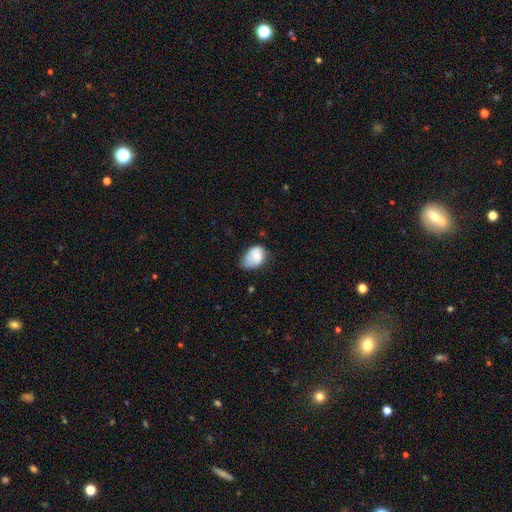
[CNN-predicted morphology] Smooth or featured: smooth — 74% (featured or disk — 18%)
How rounded: in between — 79% (round — 20%)
Merging: minor disturbance — 45% (none — 35%)